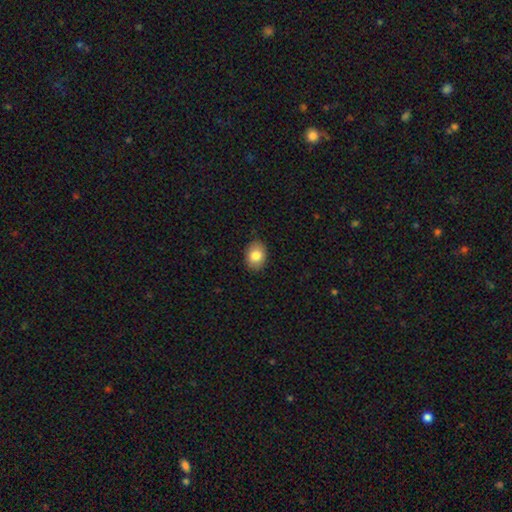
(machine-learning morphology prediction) Smooth or featured?
  - smooth: 83% *
  - featured or disk: 9%
  - star or artifact: 8%
How rounded?
  - in between: 65% *
  - round: 34%
  - cigar-shaped: 1%
Merging?
  - none: 88% *
  - minor disturbance: 9%
  - major disturbance: 2%
  - merger: 1%